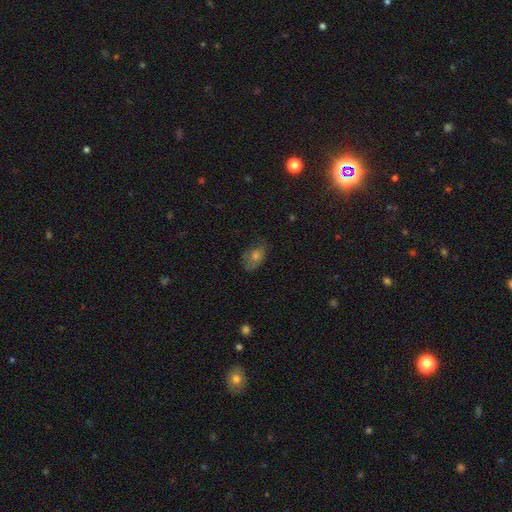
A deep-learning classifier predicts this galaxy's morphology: smooth-or-featured: smooth: 54% | featured or disk: 25% | star or artifact: 22%
  how-rounded: in between: 81% | round: 16% | cigar-shaped: 3%
  merging: none: 63% | minor disturbance: 26% | major disturbance: 10% | merger: 2%